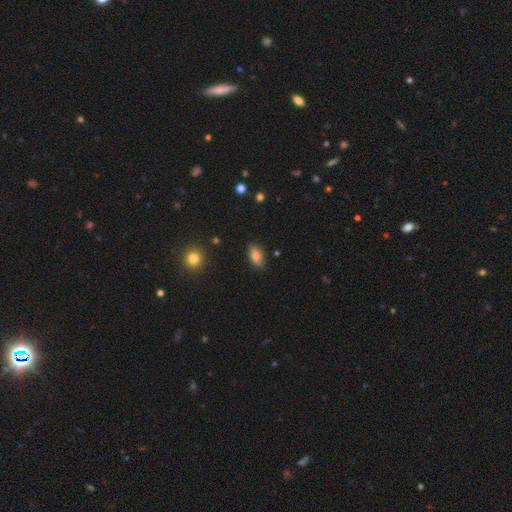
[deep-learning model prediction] This appears to be a smooth galaxy with no disk features (80%) that is in between round and cigar-shaped (88%). Merging: none (82%).